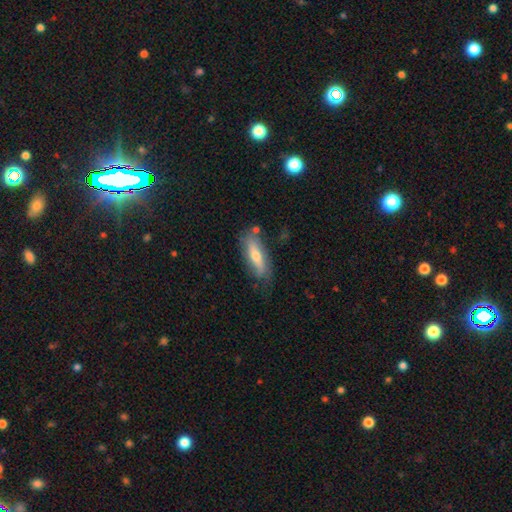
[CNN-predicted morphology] This is possibly a smooth galaxy (50%). How rounded: possibly cigar-shaped (51%). Merging: likely none (70%).